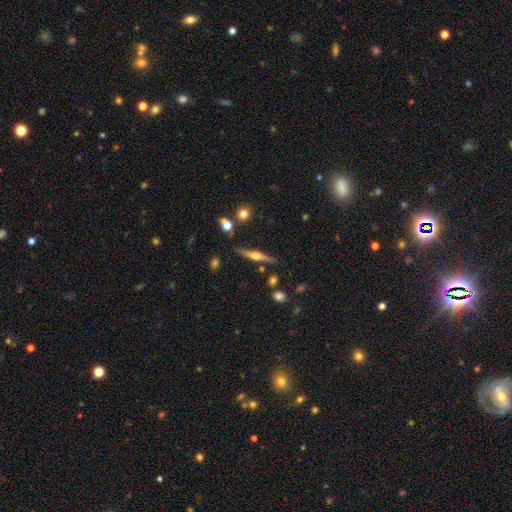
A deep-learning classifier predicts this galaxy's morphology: smooth_or_featured: featured or disk (p=0.64) [alt: smooth p=0.29]
disk_edge_on: yes (p=0.97) [alt: no p=0.03]
edge_on_bulge: rounded (p=0.85) [alt: boxy p=0.09]
merging: none (p=0.82) [alt: minor disturbance p=0.11]